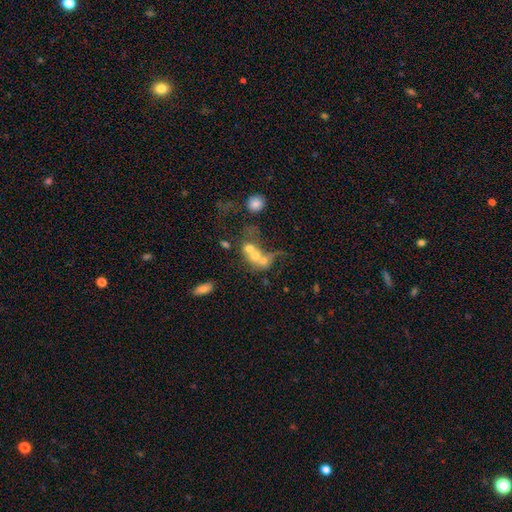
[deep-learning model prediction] smooth-or-featured: smooth: 47% | featured or disk: 36% | star or artifact: 18%
  merging: merger: 66% | none: 15% | major disturbance: 12% | minor disturbance: 7%